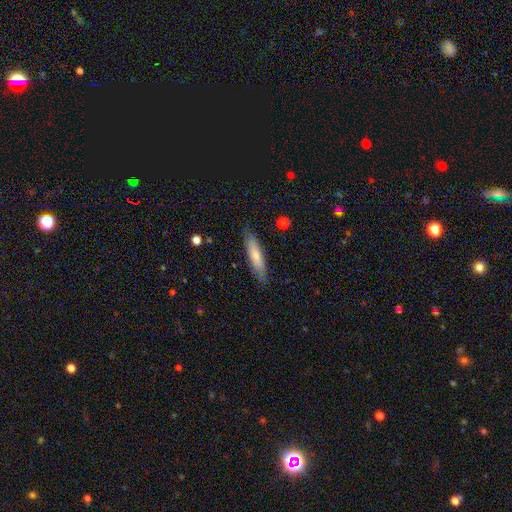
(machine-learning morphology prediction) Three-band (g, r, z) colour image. It shows a smooth galaxy with no disk features (69%) that is cigar-shaped (79%). Merging: none (85%).